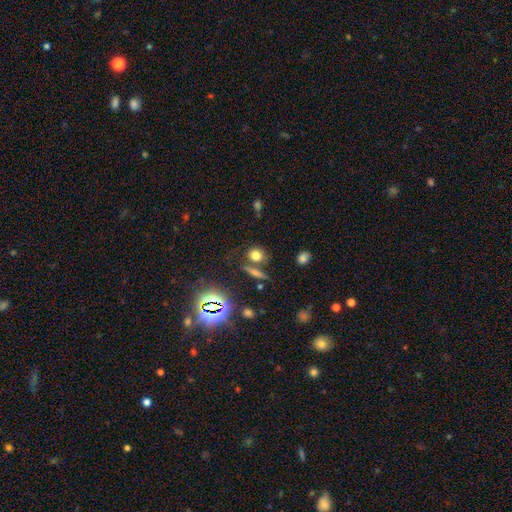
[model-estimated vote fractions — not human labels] Overall: smooth (70%). How rounded: round (73%). Merging: none (69%).